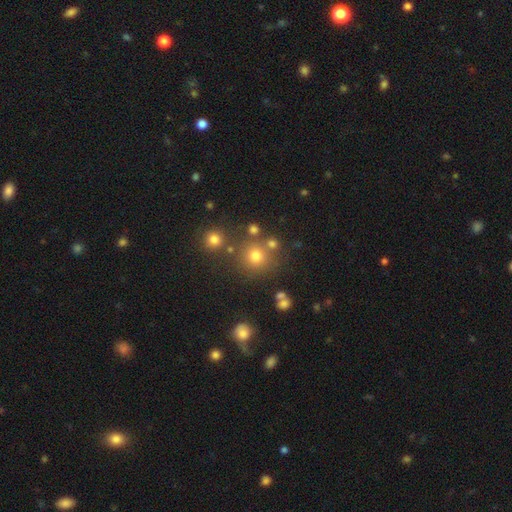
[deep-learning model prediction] Overall: smooth (71%). How rounded: round (92%). Merging: none (77%).